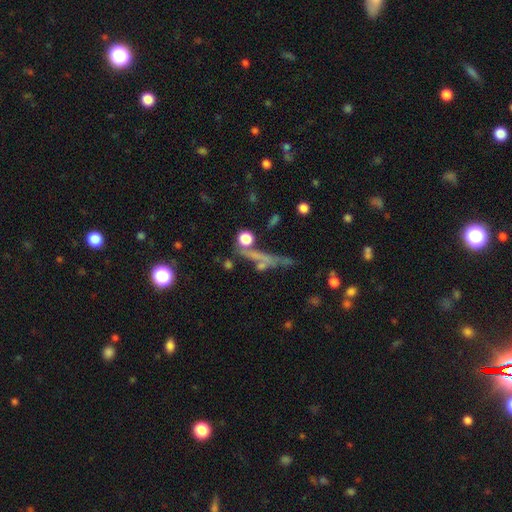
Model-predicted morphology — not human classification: smooth 40%, featured or disk 34%, star or artifact 27%. Down the decision tree: merging — none (56%).